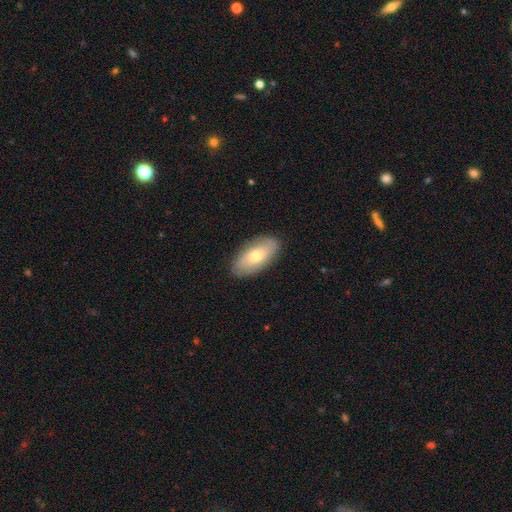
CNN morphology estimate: This appears to be a smooth galaxy with no disk features (61%) that is in between round and cigar-shaped (90%). Merging: none (88%).